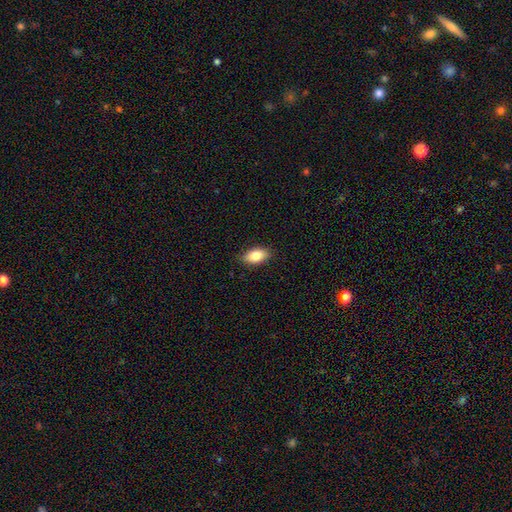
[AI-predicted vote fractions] A smooth galaxy with no disk features (83%) that is in between round and cigar-shaped (91%). Merging: none (88%).